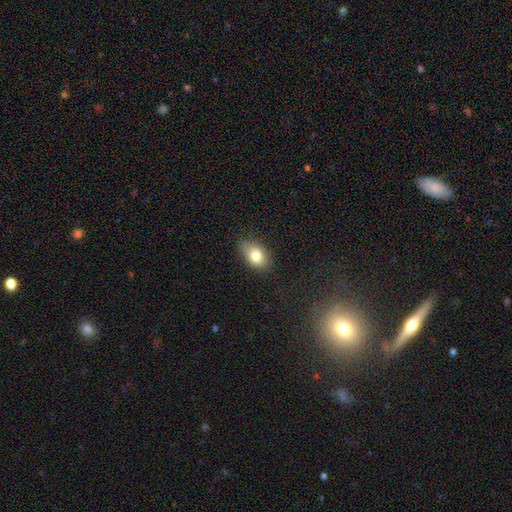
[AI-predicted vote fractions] Morphology: type=smooth (78%); roundness=in between (86%); merging=none (75%).